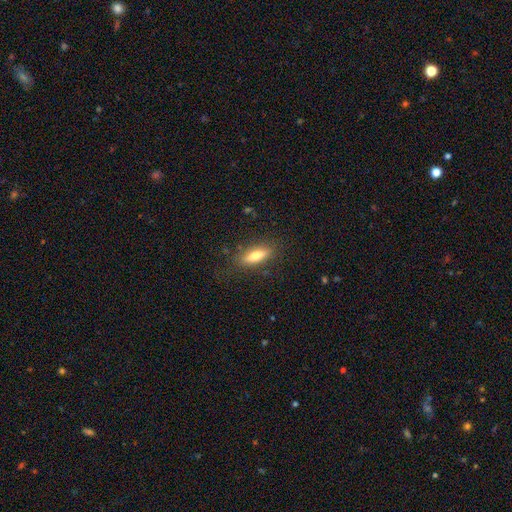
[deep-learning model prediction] Overall: smooth (71%). How rounded: in between (50%; cigar-shaped 48%). Merging: none (82%).